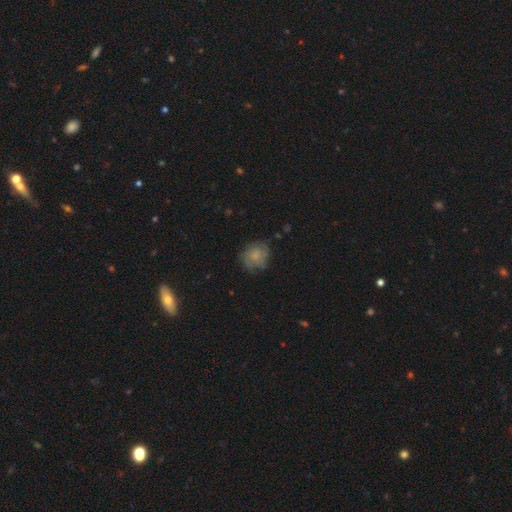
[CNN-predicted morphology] A smooth galaxy with no disk features (64%) that is round (76%). Merging: none (67%).